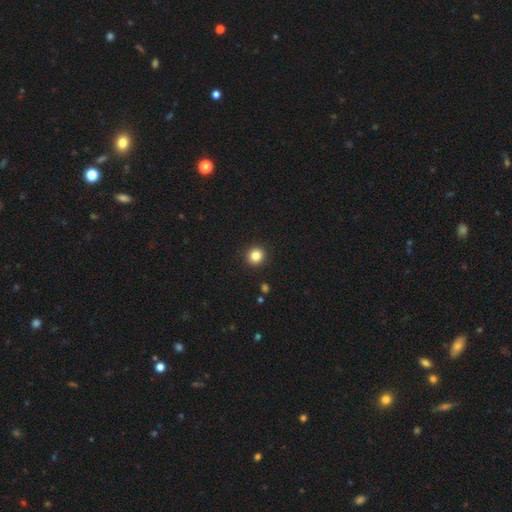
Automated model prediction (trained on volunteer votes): The model was most divided on "smooth or featured": smooth: 85%, star or artifact: 11%, featured or disk: 5%. More confident: merging — none (93%); how rounded — round (92%).